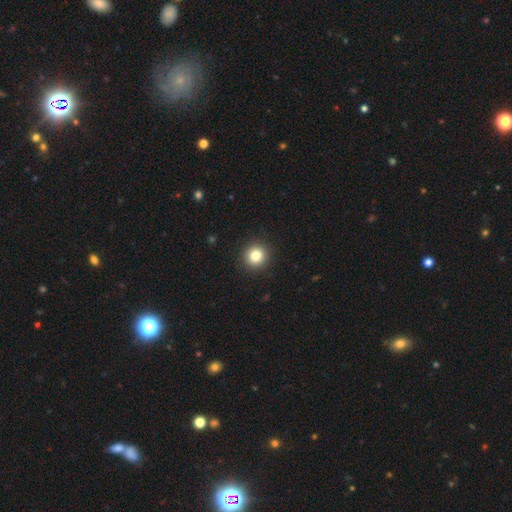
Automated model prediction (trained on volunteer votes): Q: Smooth or featured?
A: smooth (82%); runner-up: star or artifact (11%)
Q: How rounded?
A: round (94%); runner-up: in between (5%)
Q: Merging?
A: none (93%); runner-up: minor disturbance (5%)